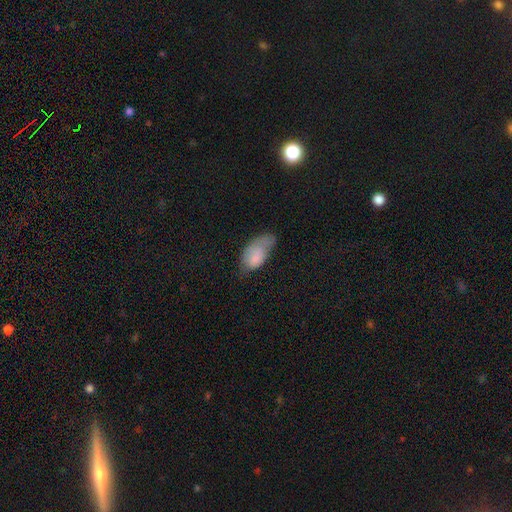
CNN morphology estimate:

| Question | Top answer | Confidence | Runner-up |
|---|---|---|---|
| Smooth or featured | smooth | 73% | featured or disk (19%) |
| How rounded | in between | 93% | round (4%) |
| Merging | minor disturbance | 39% | none (29%) |